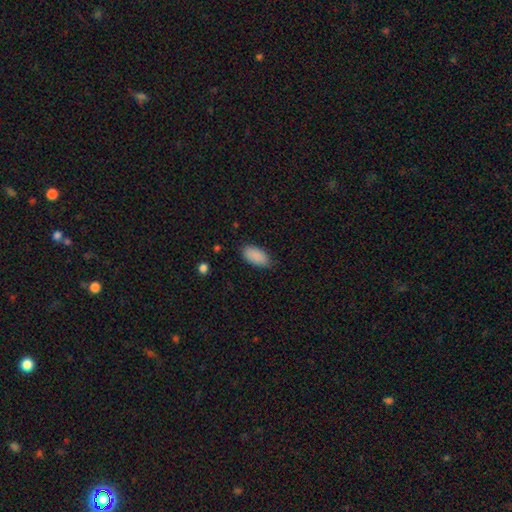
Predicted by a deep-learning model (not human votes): Smooth or featured? smooth (90%)
How rounded? in between (93%)
Merging? none (82%)